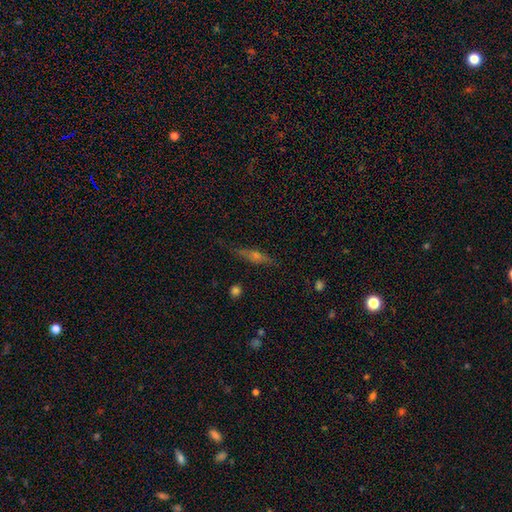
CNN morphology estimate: featured or disk 60%, smooth 26%, star or artifact 14%. Down the decision tree: edge-on disk — yes (91%); edge-on bulge — rounded (83%); merging — none (81%).